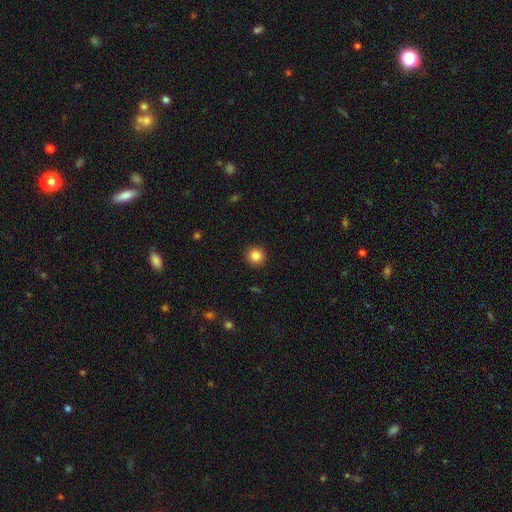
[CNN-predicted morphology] type=smooth (85%); roundness=round (93%); merging=none (93%).